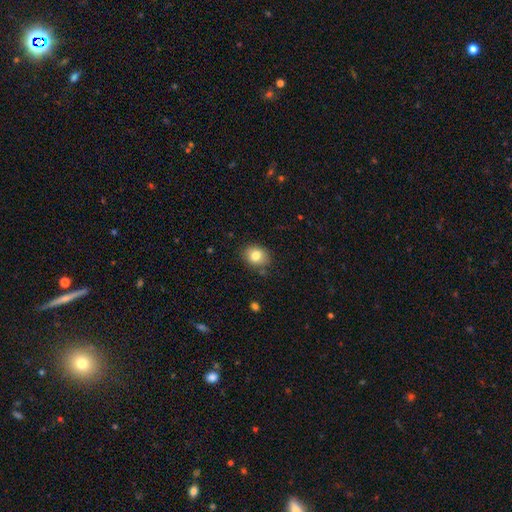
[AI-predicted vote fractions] smooth 81%, featured or disk 10%, star or artifact 10%. Down the decision tree: how rounded — round (56%); merging — none (84%).